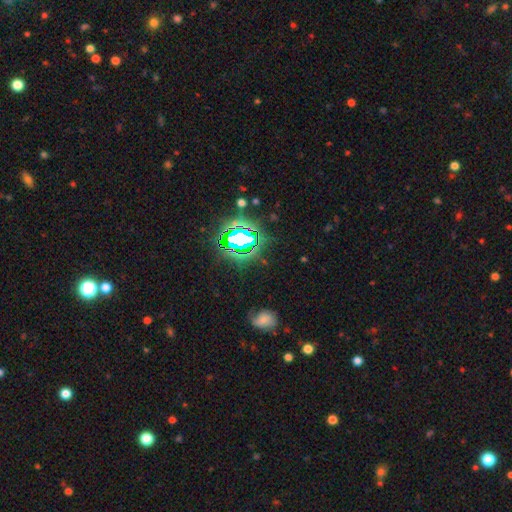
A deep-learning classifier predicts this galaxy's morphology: A star or artifact, not a galaxy (79%).

Vote fractions:
- Smooth or featured? star or artifact: 79% / smooth: 14% / featured or disk: 8%